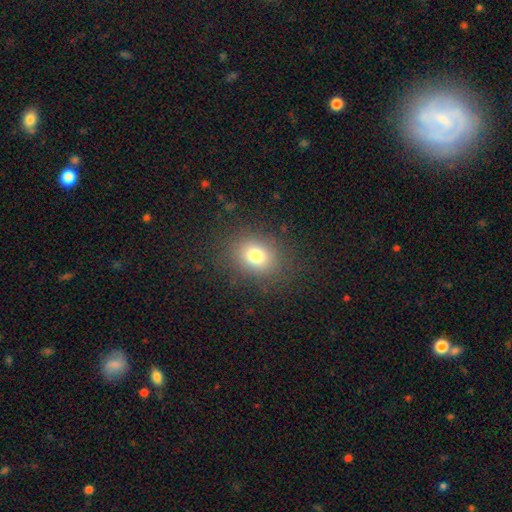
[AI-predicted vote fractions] Overall: smooth (76%). How rounded: round (54%; in between 45%). Merging: none (84%).